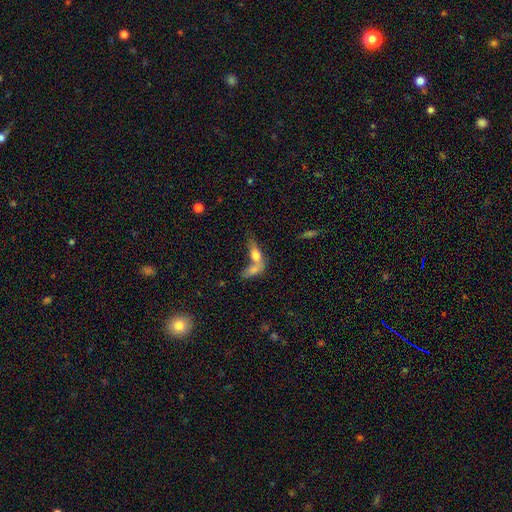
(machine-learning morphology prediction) Smooth or featured? Predicted: smooth (p=0.65). How rounded? Predicted: in between (p=0.65). Merging? Predicted: merger (p=0.65).